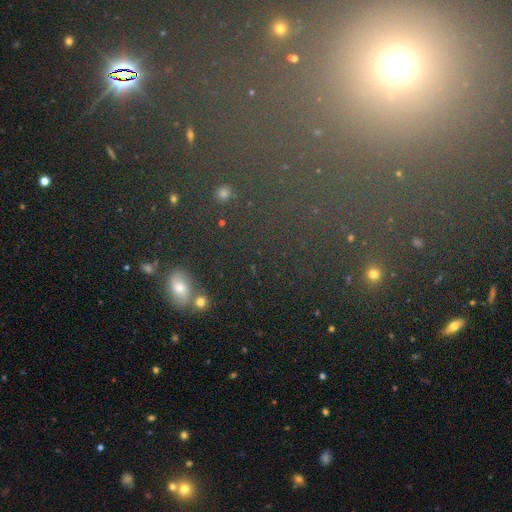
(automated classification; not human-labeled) Smooth or featured?
  - star or artifact: 59% *
  - smooth: 30%
  - featured or disk: 12%